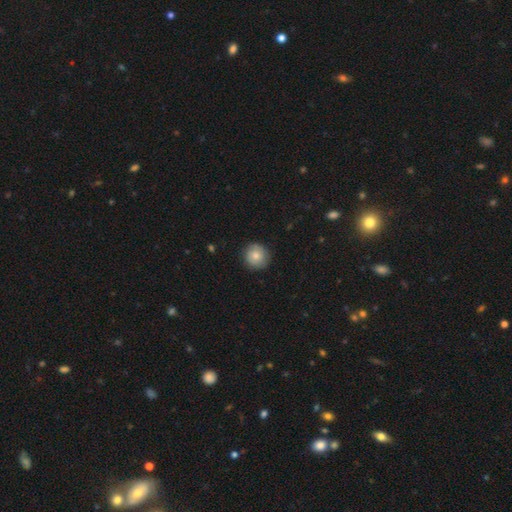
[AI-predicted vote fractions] The model was most divided on "smooth or featured": smooth: 77%, featured or disk: 15%, star or artifact: 8%. More confident: how rounded — round (94%); merging — none (88%).